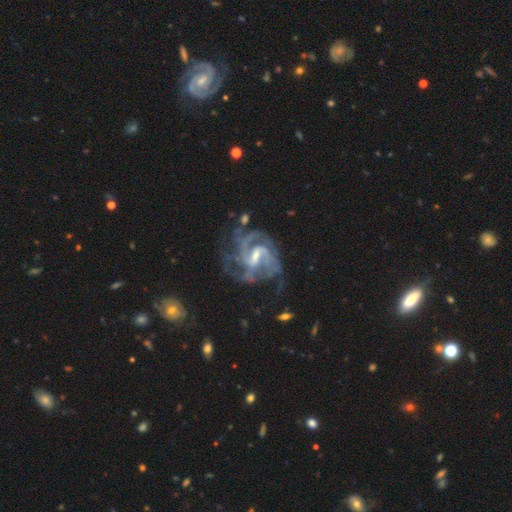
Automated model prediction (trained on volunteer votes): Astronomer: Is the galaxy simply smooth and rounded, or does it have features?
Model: featured or disk — 89%.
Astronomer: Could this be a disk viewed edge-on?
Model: no — 98%.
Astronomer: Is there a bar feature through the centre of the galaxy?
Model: weak — 50% (runner-up: strong, 36%).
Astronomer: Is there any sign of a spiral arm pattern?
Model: yes — 96%.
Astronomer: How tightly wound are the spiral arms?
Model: medium — 49% (runner-up: tight, 39%).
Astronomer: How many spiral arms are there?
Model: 3 — 31% (runner-up: 2, 26%).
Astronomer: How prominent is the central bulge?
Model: small — 43% (runner-up: moderate, 41%).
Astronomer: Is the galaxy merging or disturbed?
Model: none — 55%.